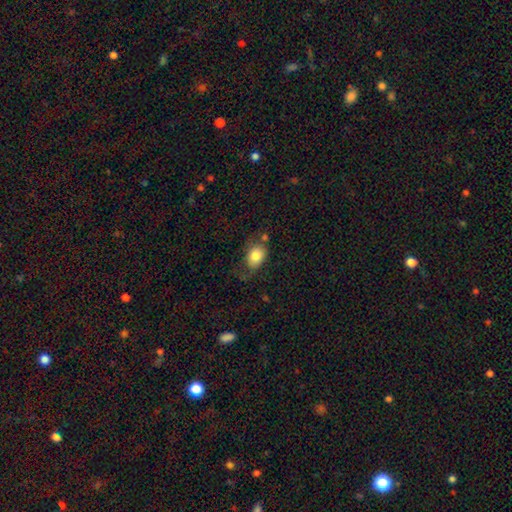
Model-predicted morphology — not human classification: smooth-or-featured: smooth: 81% | featured or disk: 11% | star or artifact: 8%
  how-rounded: in between: 75% | round: 24% | cigar-shaped: 1%
  merging: none: 52% | minor disturbance: 27% | major disturbance: 13% | merger: 7%